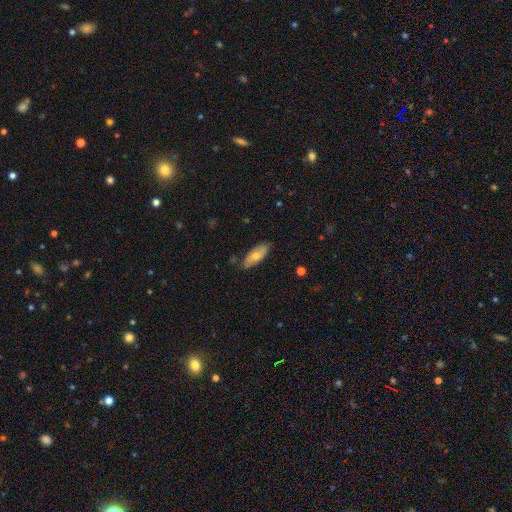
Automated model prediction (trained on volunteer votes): Smooth or featured?
  - smooth: 58% *
  - featured or disk: 35%
  - star or artifact: 7%
How rounded?
  - in between: 74% *
  - cigar-shaped: 23%
  - round: 3%
Merging?
  - none: 80% *
  - minor disturbance: 16%
  - major disturbance: 2%
  - merger: 1%